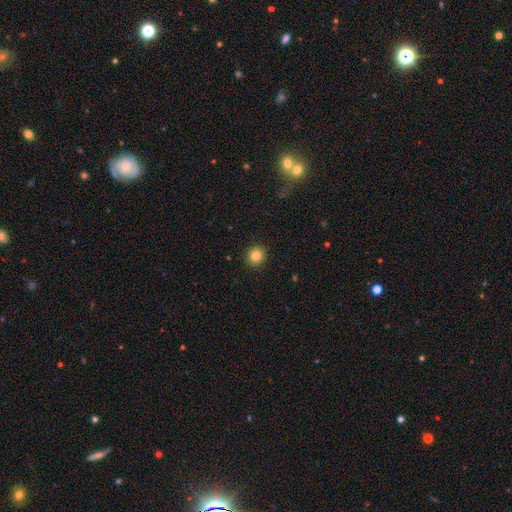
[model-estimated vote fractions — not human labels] A smooth galaxy with no disk features (83%) that is round (88%).

Vote fractions:
- Smooth or featured? smooth: 83% / star or artifact: 11% / featured or disk: 6%
- How rounded? round: 88% / in between: 11% / cigar-shaped: 1%
- Merging? none: 92% / minor disturbance: 5% / major disturbance: 2% / merger: 1%